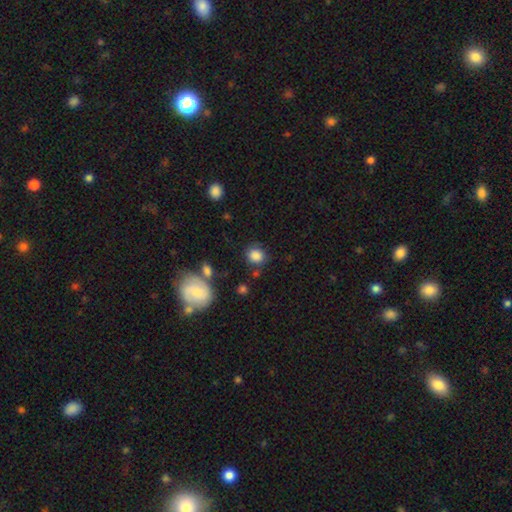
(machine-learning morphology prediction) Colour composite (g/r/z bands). It shows a smooth galaxy with no disk features (84%) that is round (70%). Merging: none (69%).